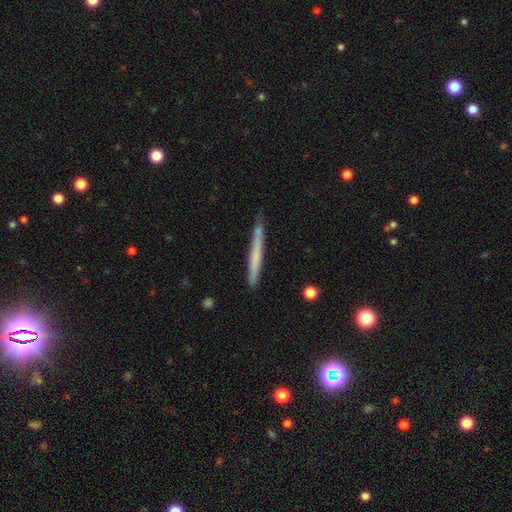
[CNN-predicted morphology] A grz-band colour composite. It shows a smooth galaxy with no disk features (57%) that is cigar-shaped (97%). Merging: none (82%).